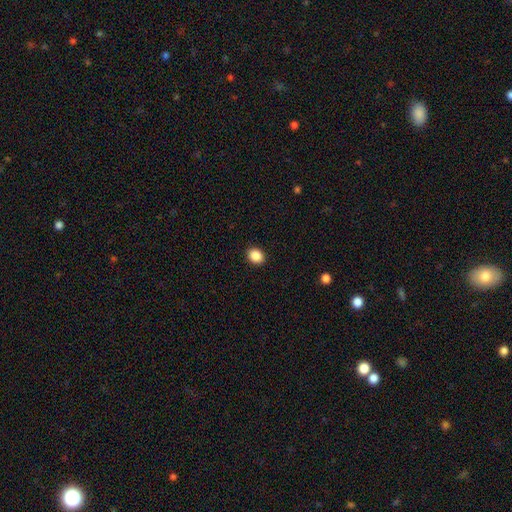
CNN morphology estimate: A smooth galaxy with no disk features (88%) that is round (56%). Merging: none (92%).